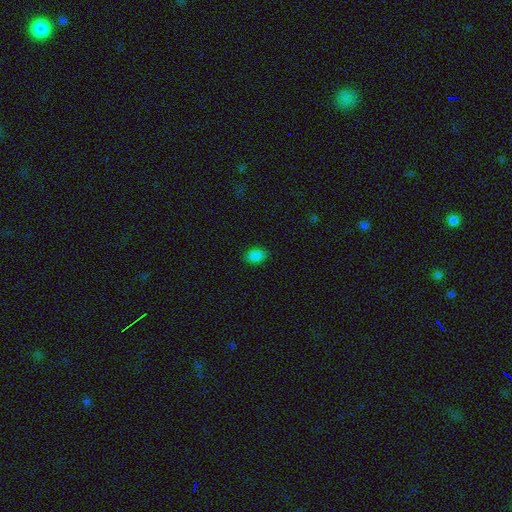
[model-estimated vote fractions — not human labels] Smooth or featured? smooth (84%)
How rounded? in between (81%)
Merging? none (87%)